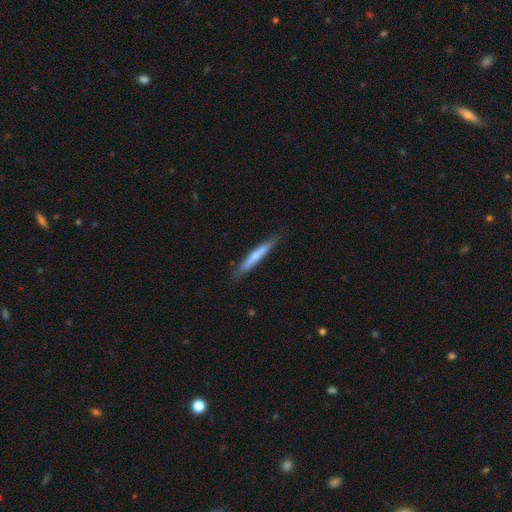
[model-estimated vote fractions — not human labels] smooth_or_featured: smooth (p=0.59) [alt: featured or disk p=0.35]
how_rounded: cigar-shaped (p=0.95) [alt: in between p=0.04]
merging: none (p=0.82) [alt: minor disturbance p=0.14]